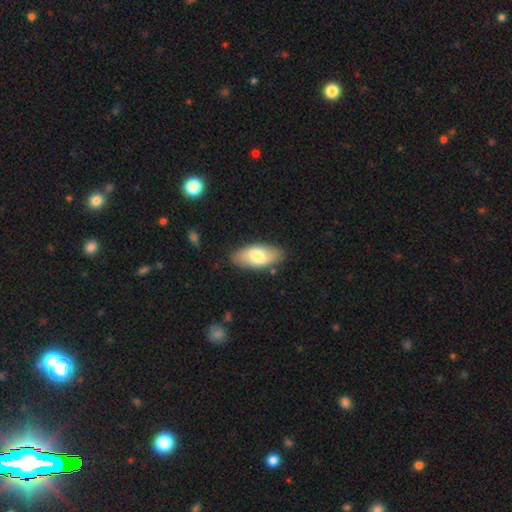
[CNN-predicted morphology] This appears to be a smooth galaxy with no disk features (69%) that is in between round and cigar-shaped (90%). Merging: none (84%).